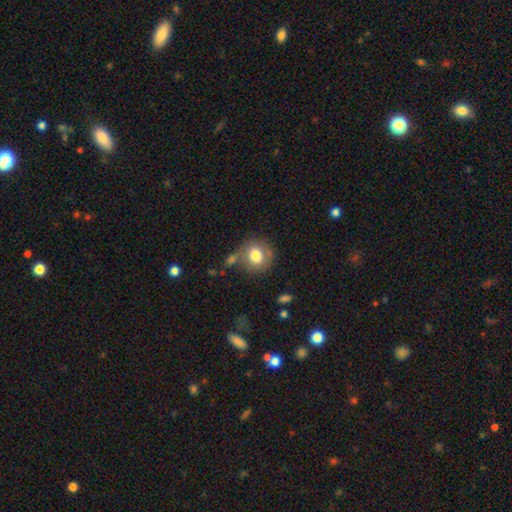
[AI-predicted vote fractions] smooth-or-featured: smooth: 77% | featured or disk: 14% | star or artifact: 9%
  how-rounded: round: 85% | in between: 14% | cigar-shaped: 1%
  merging: none: 65% | minor disturbance: 15% | merger: 13% | major disturbance: 6%